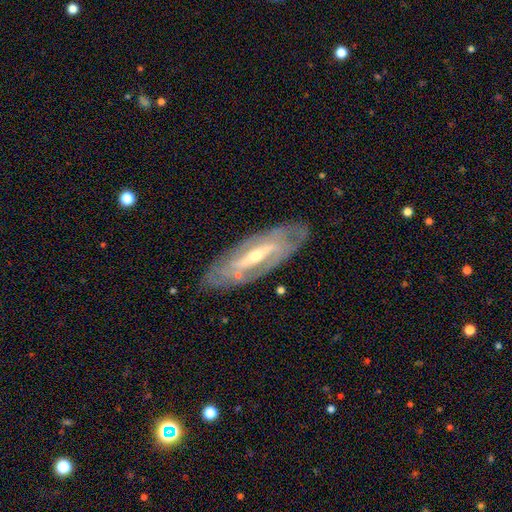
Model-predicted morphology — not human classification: smooth_or_featured: featured or disk (p=0.80) [alt: smooth p=0.14]
disk_edge_on: no (p=0.76) [alt: yes p=0.24]
bar: strong (p=0.45) [alt: weak p=0.32]
has_spiral_arms: yes (p=0.71) [alt: no p=0.29]
bulge_size: moderate (p=0.50) [alt: small p=0.45]
merging: none (p=0.81) [alt: minor disturbance p=0.13]